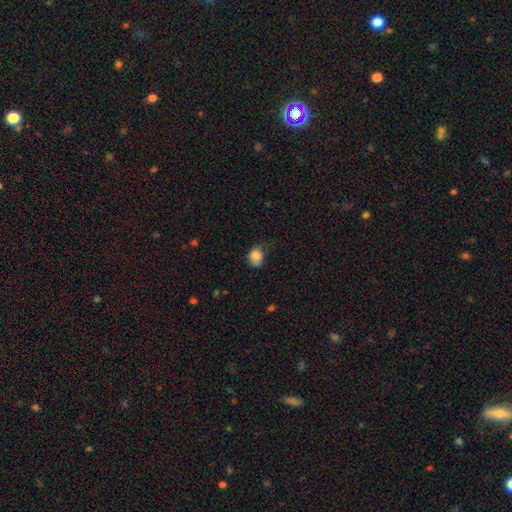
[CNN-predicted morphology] Smooth or featured?
  - smooth: 84% *
  - star or artifact: 9%
  - featured or disk: 7%
How rounded?
  - round: 55% *
  - in between: 44%
  - cigar-shaped: 1%
Merging?
  - none: 49% *
  - minor disturbance: 35%
  - major disturbance: 14%
  - merger: 2%